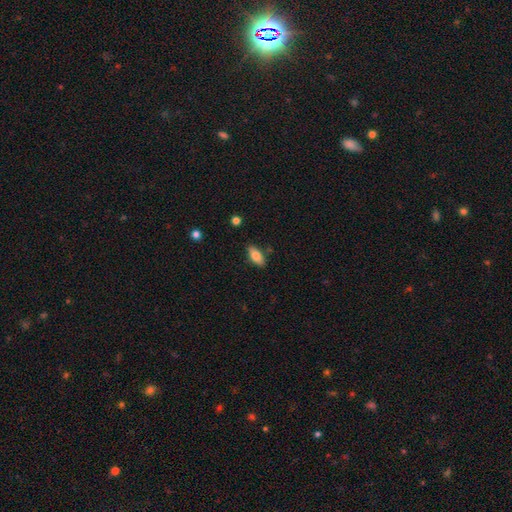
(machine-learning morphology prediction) smooth_or_featured: smooth (p=0.78) [alt: featured or disk p=0.16]
how_rounded: in between (p=0.85) [alt: cigar-shaped p=0.12]
merging: none (p=0.84) [alt: minor disturbance p=0.11]